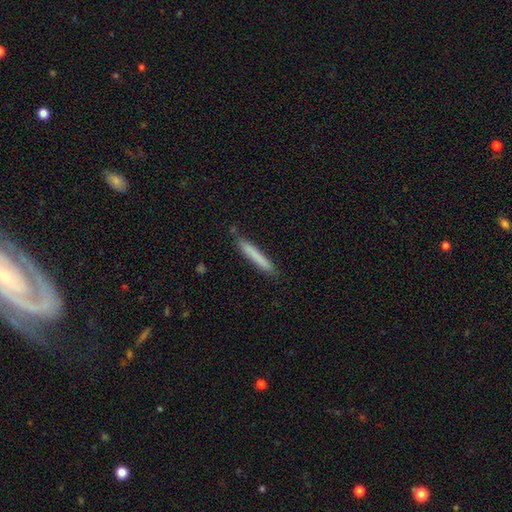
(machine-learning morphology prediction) Smooth or featured? Predicted: smooth (p=0.77). How rounded? Predicted: cigar-shaped (p=0.95). Merging? Predicted: none (p=0.84).